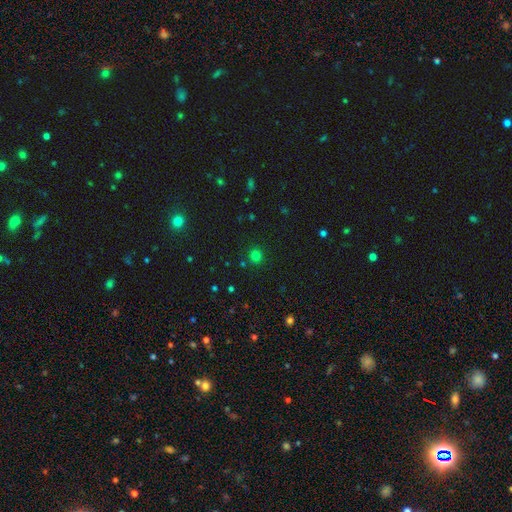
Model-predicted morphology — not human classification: Smooth or featured? Predicted: smooth (p=0.76). How rounded? Predicted: round (p=0.92). Merging? Predicted: none (p=0.88).